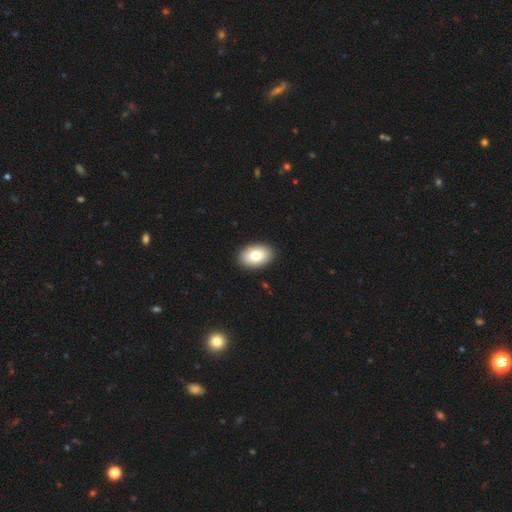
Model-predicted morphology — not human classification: smooth 82%, featured or disk 11%, star or artifact 7%. Down the decision tree: how rounded — in between (91%); merging — none (91%).